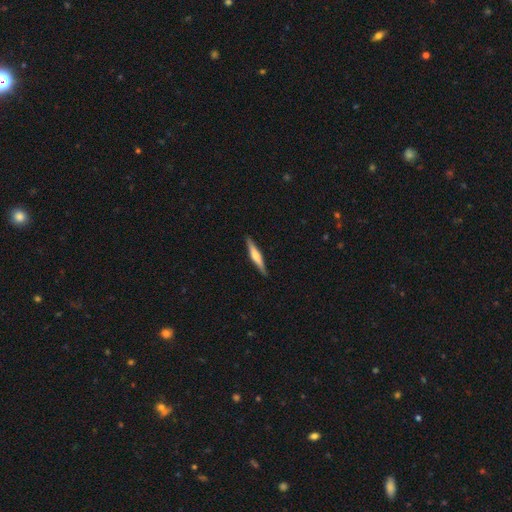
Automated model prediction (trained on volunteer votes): Smooth or featured? featured or disk (57%)
Edge-on disk? yes (97%)
Edge-on bulge? rounded (68%)
Merging? none (90%)